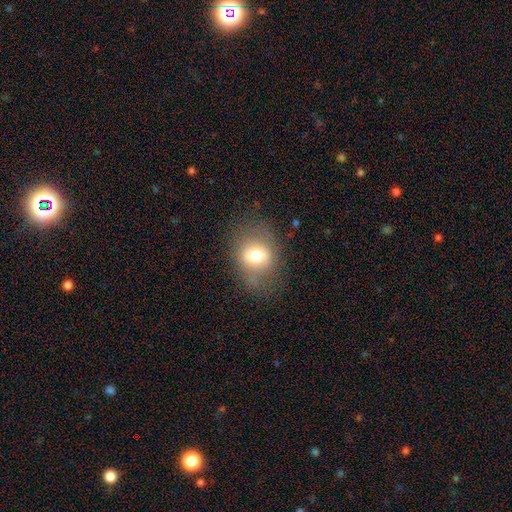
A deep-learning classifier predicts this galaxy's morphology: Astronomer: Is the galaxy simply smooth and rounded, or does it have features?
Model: smooth — 65%.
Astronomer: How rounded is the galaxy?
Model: round — 52% (runner-up: in between, 47%).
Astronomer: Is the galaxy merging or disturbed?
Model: none — 70%.